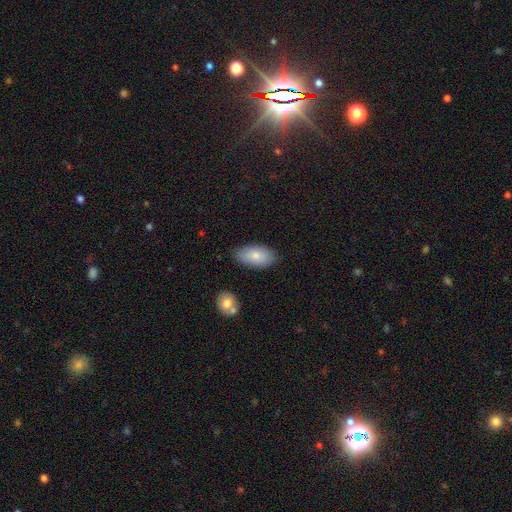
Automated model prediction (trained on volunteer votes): Smooth or featured? Predicted: smooth (p=0.80). How rounded? Predicted: in between (p=0.93). Merging? Predicted: none (p=0.80).